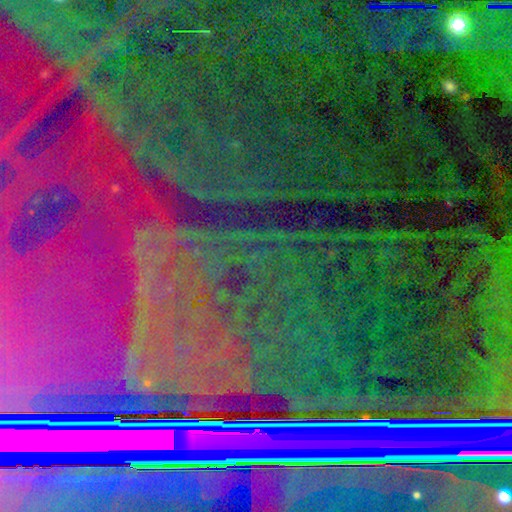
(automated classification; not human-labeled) This is clearly a star or artifact rather than a galaxy (89%).